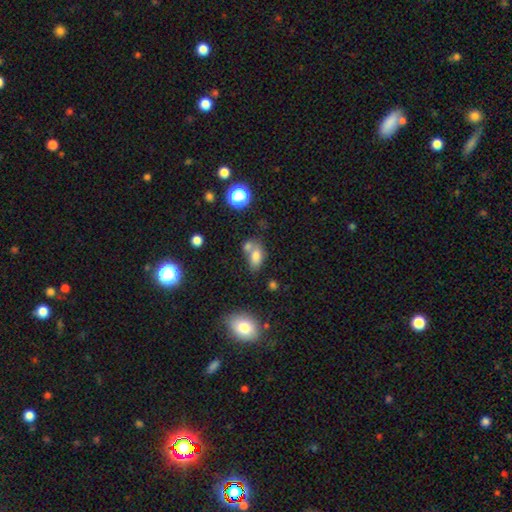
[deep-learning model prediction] A smooth galaxy with no disk features (76%) that is in between round and cigar-shaped (84%). Merging: merger (43%).